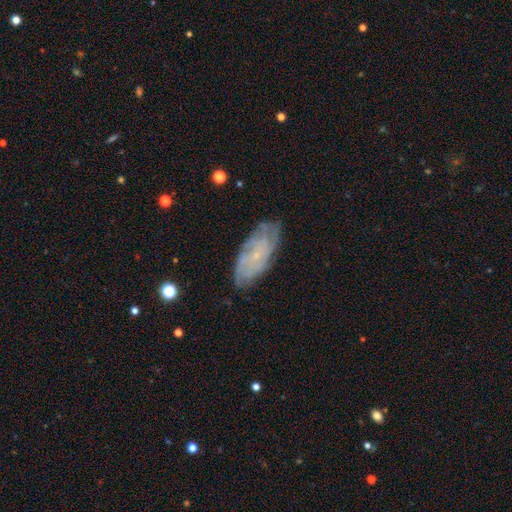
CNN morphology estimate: Overall: featured or disk (68%). Edge-on disk: no (92%). Bar: no (75%). Spiral arms: yes (86%). Spiral arm count: can't tell (54%; 2 14%). Spiral winding: tight (64%; medium 27%). Bulge size: small (80%). Merging: none (76%).